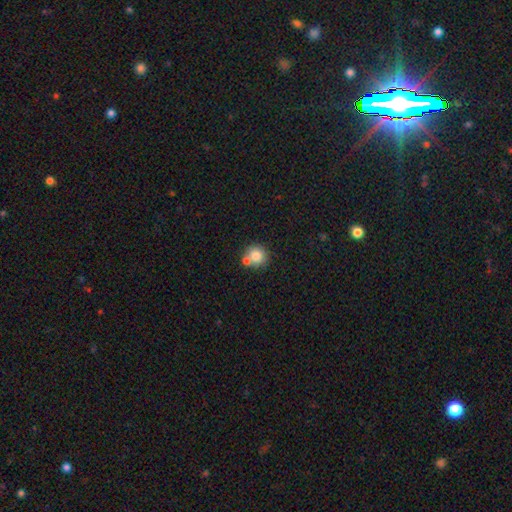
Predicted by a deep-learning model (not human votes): smooth_or_featured: smooth (p=0.80) [alt: featured or disk p=0.10]
how_rounded: round (p=0.91) [alt: in between p=0.08]
merging: none (p=0.59) [alt: merger p=0.29]